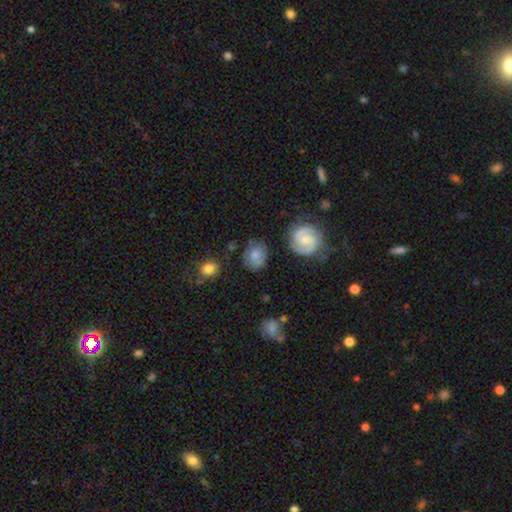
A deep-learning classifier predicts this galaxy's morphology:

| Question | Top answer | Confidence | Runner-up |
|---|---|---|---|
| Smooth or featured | smooth | 65% | featured or disk (27%) |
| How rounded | round | 64% | in between (35%) |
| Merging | none | 73% | minor disturbance (18%) |